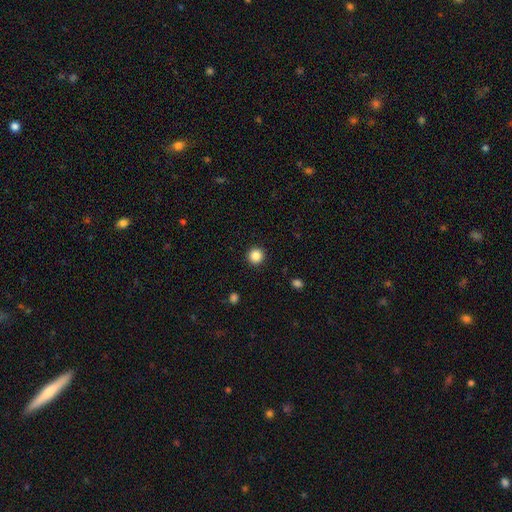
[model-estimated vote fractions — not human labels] Smooth or featured? smooth (85%)
How rounded? round (95%)
Merging? none (93%)